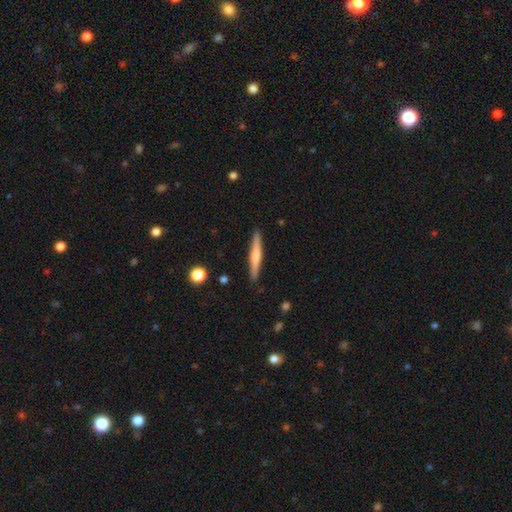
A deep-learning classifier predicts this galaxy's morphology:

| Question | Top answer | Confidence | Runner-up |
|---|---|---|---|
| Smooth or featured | smooth | 53% | featured or disk (42%) |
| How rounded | cigar-shaped | 94% | in between (4%) |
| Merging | none | 90% | minor disturbance (7%) |